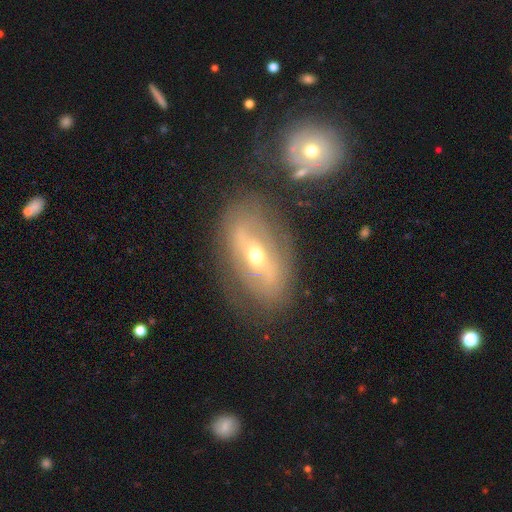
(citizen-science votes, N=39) smooth_or_featured: featured or disk (p=0.69) [alt: smooth p=0.21]
disk_edge_on: no (p=0.93) [alt: yes p=0.07]
bar: weak (p=0.40) [alt: no p=0.36]
has_spiral_arms: no (p=0.56) [alt: yes p=0.44]
bulge_size: moderate (p=0.56) [alt: small p=0.40]
merging: none (p=0.63) [alt: minor disturbance p=0.29]